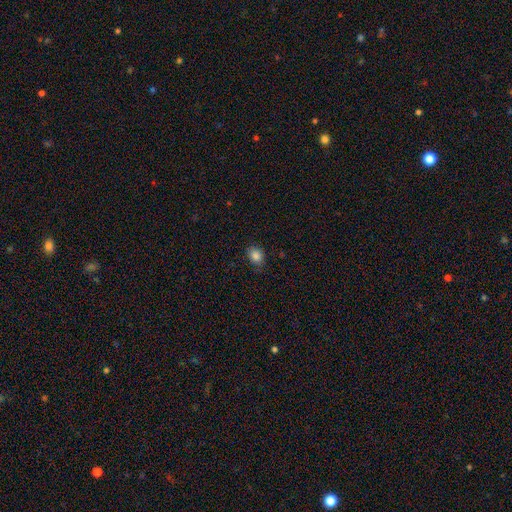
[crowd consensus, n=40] This appears to be a smooth galaxy with no disk features (92%) that is in between round and cigar-shaped (57%). Merging: none (78%).